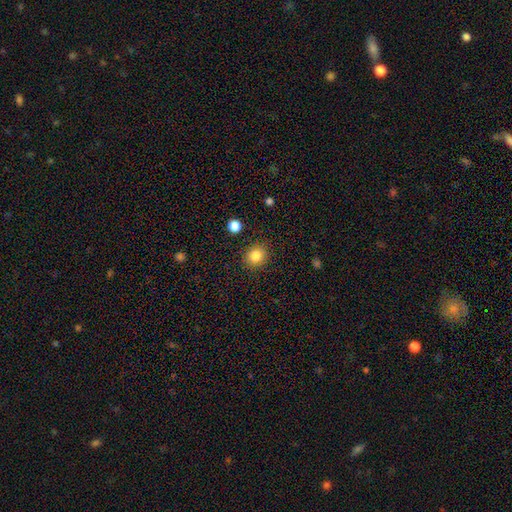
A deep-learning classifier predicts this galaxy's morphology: Q: Smooth or featured?
A: smooth (83%); runner-up: star or artifact (11%)
Q: How rounded?
A: round (83%); runner-up: in between (16%)
Q: Merging?
A: none (89%); runner-up: minor disturbance (7%)